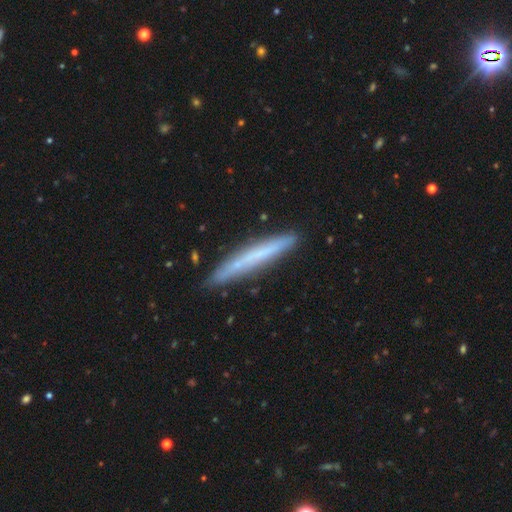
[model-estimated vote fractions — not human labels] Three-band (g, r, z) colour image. It shows a smooth galaxy with no disk features (51%) that is cigar-shaped (96%). Merging: none (87%).